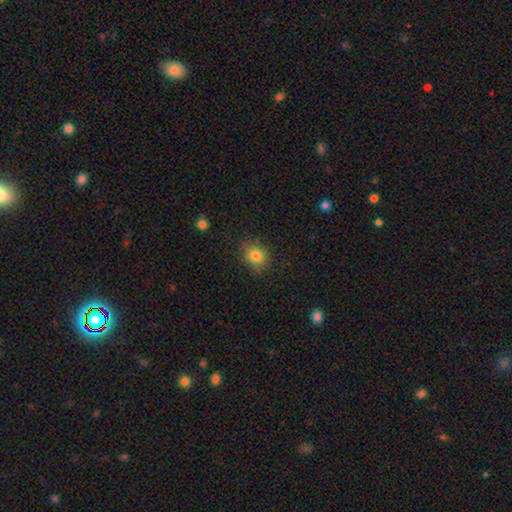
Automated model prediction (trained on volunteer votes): This appears to be a smooth galaxy with no disk features (82%) that is round (70%). Merging: none (77%).